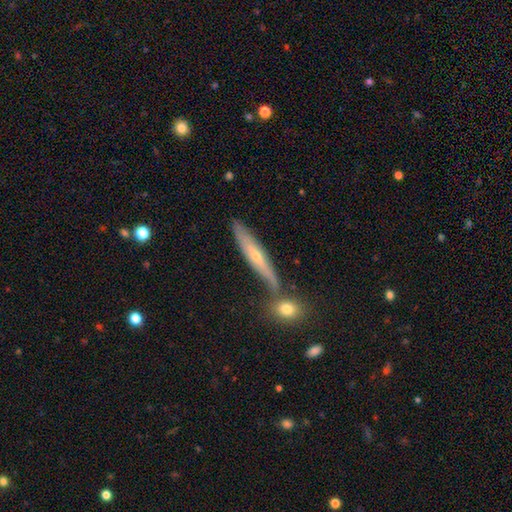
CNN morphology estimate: This is possibly a featured or disk galaxy (53%). It is likely viewed edge-on (78%). Merging: likely none (68%).